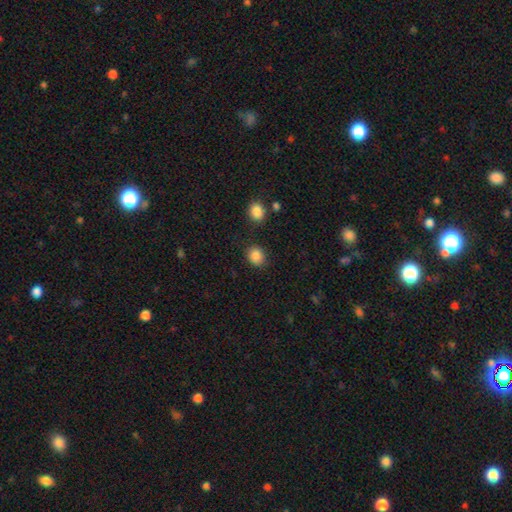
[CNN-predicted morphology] Overall: smooth (87%). How rounded: round (70%). Merging: none (84%).